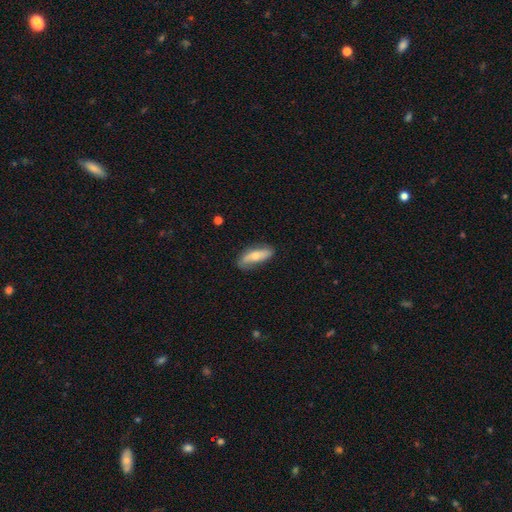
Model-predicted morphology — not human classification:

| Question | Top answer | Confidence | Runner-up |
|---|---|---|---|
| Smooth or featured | smooth | 60% | featured or disk (34%) |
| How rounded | in between | 62% | cigar-shaped (36%) |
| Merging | none | 72% | minor disturbance (22%) |